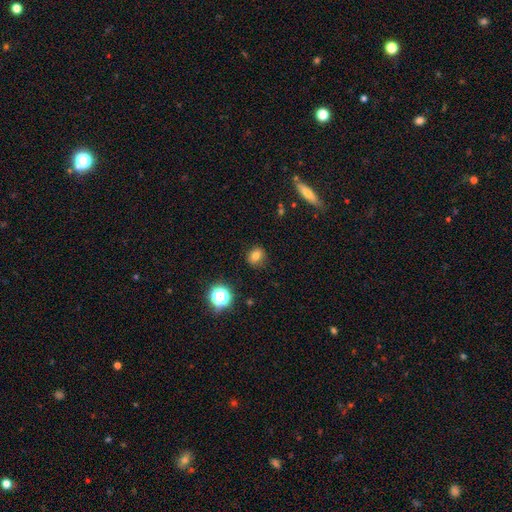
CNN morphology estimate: smooth_or_featured: smooth (p=0.76) [alt: star or artifact p=0.16]
how_rounded: round (p=0.73) [alt: in between p=0.26]
merging: none (p=0.85) [alt: minor disturbance p=0.10]